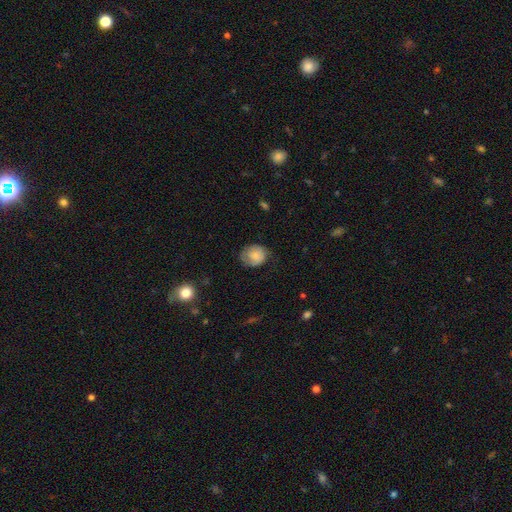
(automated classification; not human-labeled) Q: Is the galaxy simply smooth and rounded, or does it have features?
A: smooth — 71%.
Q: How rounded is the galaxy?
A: round — 67%.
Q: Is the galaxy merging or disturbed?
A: none — 60%.